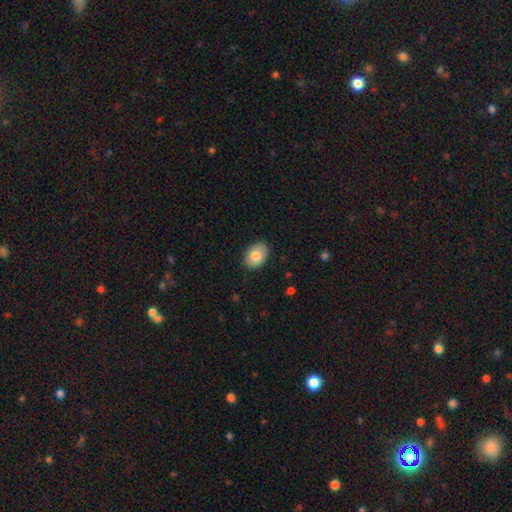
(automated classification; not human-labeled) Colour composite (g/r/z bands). It shows a smooth galaxy with no disk features (81%) that is in between round and cigar-shaped (76%). Merging: none (87%).